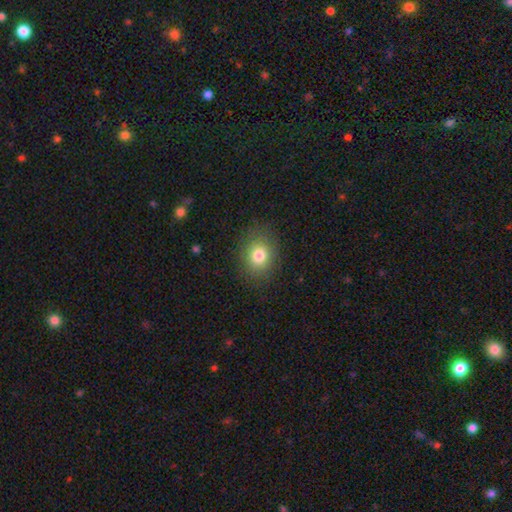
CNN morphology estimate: type=smooth (76%); roundness=round (57%); merging=none (91%).